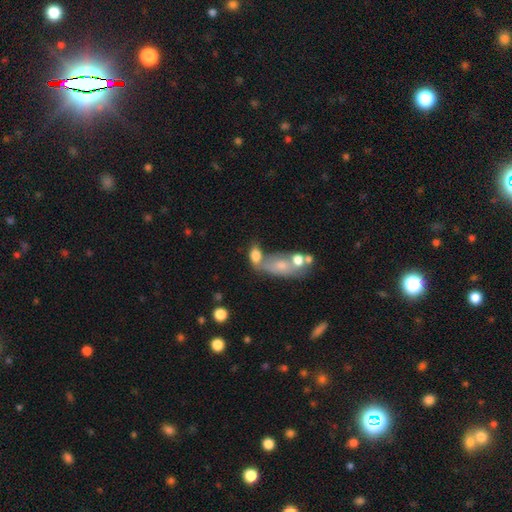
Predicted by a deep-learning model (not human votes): smooth 71%, featured or disk 18%, star or artifact 11%. Down the decision tree: how rounded — in between (83%); merging — merger (48%).